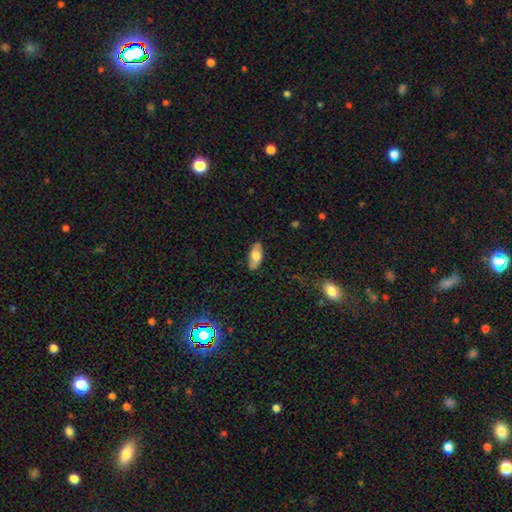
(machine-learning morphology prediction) Smooth or featured?
  - smooth: 72% *
  - featured or disk: 22%
  - star or artifact: 7%
How rounded?
  - in between: 84% *
  - cigar-shaped: 14%
  - round: 3%
Merging?
  - none: 84% *
  - minor disturbance: 13%
  - major disturbance: 2%
  - merger: 1%